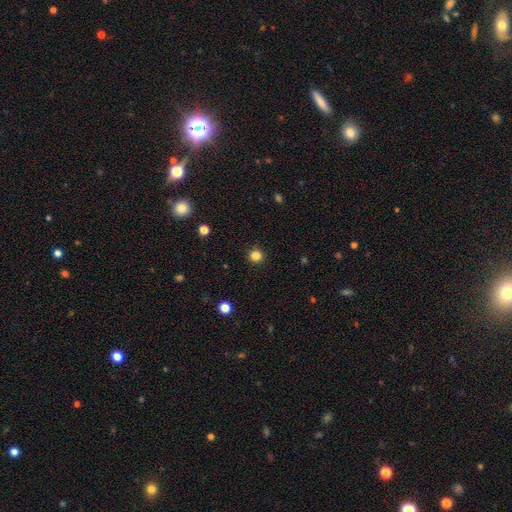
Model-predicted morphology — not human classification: Smooth or featured?
  - smooth: 84% *
  - star or artifact: 13%
  - featured or disk: 4%
How rounded?
  - round: 95% *
  - in between: 4%
  - cigar-shaped: 1%
Merging?
  - none: 93% *
  - minor disturbance: 5%
  - major disturbance: 2%
  - merger: 1%